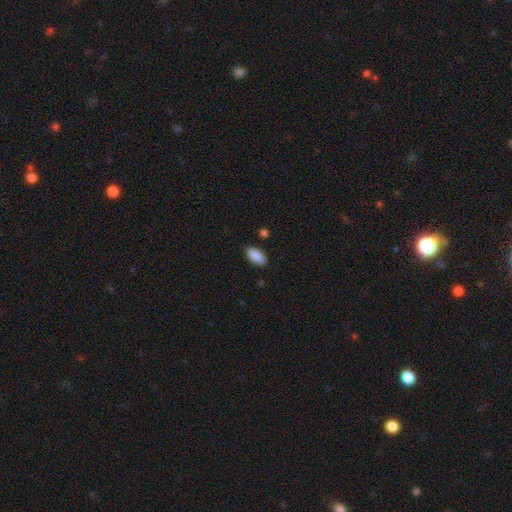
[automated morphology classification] A smooth galaxy with no disk features (90%) that is in between round and cigar-shaped (93%).

Vote fractions:
- Smooth or featured? smooth: 90% / star or artifact: 7% / featured or disk: 4%
- How rounded? in between: 93% / cigar-shaped: 5% / round: 2%
- Merging? none: 87% / minor disturbance: 10% / major disturbance: 2% / merger: 2%